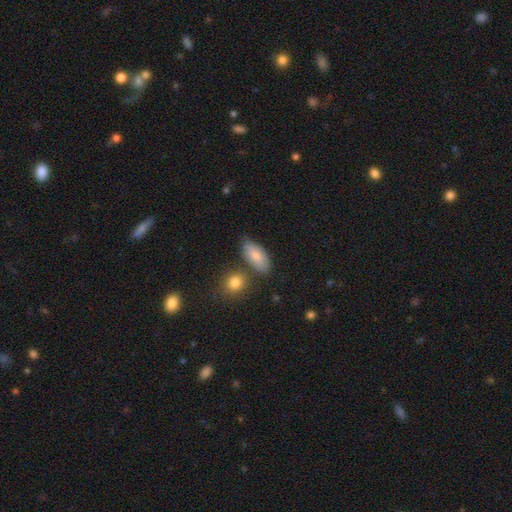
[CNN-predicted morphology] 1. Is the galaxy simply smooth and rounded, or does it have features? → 79% smooth, 14% featured or disk, 7% star or artifact.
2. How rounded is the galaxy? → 88% in between, 7% cigar-shaped, 5% round.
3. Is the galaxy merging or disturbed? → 66% none, 18% minor disturbance, 11% merger, 5% major disturbance.